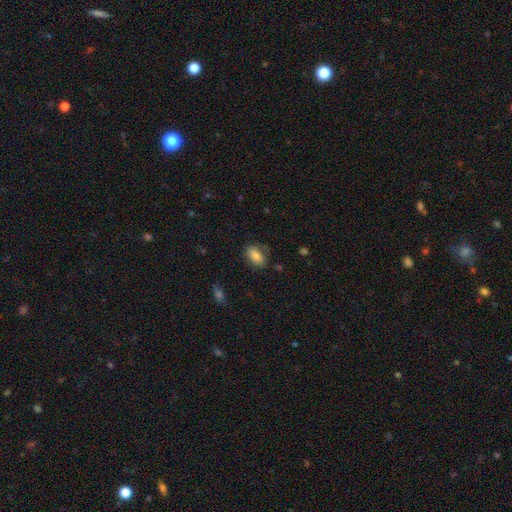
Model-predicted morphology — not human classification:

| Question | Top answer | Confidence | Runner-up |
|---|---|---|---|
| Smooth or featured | smooth | 81% | featured or disk (11%) |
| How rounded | in between | 90% | round (6%) |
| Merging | none | 73% | minor disturbance (19%) |